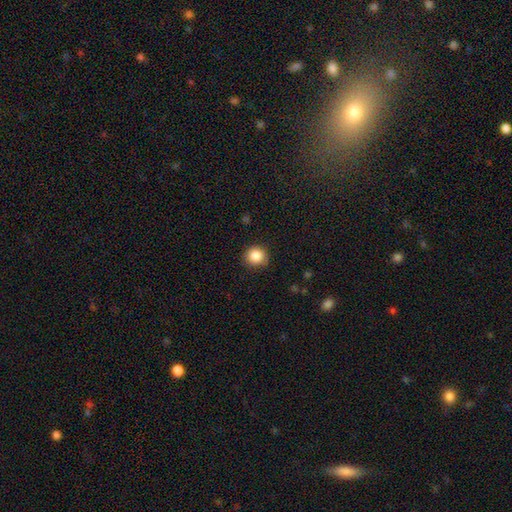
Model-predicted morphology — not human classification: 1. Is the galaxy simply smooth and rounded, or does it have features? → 87% smooth, 10% star or artifact, 4% featured or disk.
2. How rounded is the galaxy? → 90% round, 10% in between, 1% cigar-shaped.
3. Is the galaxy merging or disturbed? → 86% none, 10% minor disturbance, 2% major disturbance, 1% merger.